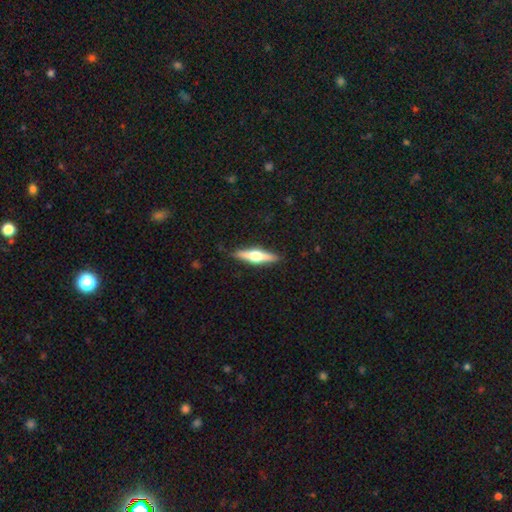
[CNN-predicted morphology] The model was most divided on "smooth or featured": featured or disk: 63%, smooth: 32%, star or artifact: 5%. More confident: edge-on disk — yes (96%); edge-on bulge — rounded (95%); merging — none (90%).